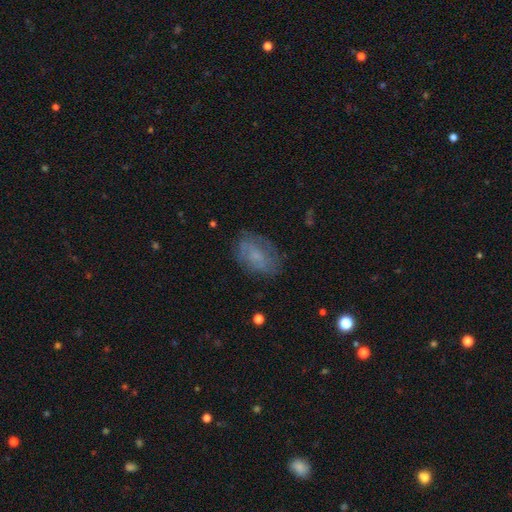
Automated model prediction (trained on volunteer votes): This is possibly a smooth galaxy (53%). How rounded: clearly in between (85%). Merging: likely none (69%).